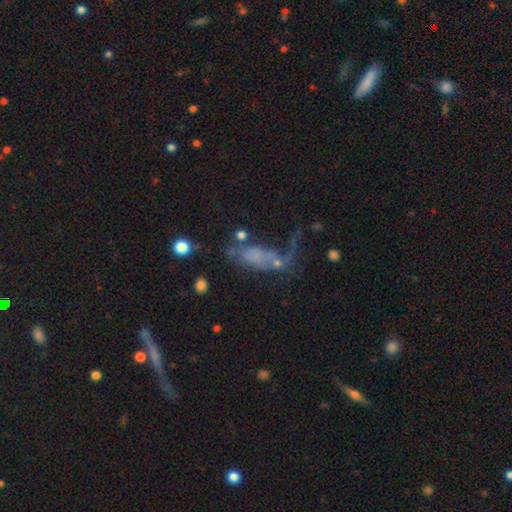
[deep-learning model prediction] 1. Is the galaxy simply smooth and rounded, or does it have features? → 44% featured or disk, 38% smooth, 18% star or artifact.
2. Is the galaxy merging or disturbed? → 44% major disturbance, 21% none, 18% merger, 16% minor disturbance.